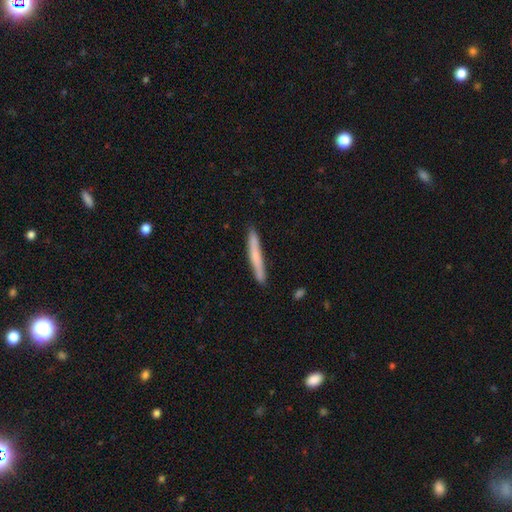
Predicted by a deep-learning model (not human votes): Overall: smooth (64%; featured or disk 30%). How rounded: cigar-shaped (97%). Merging: none (88%).